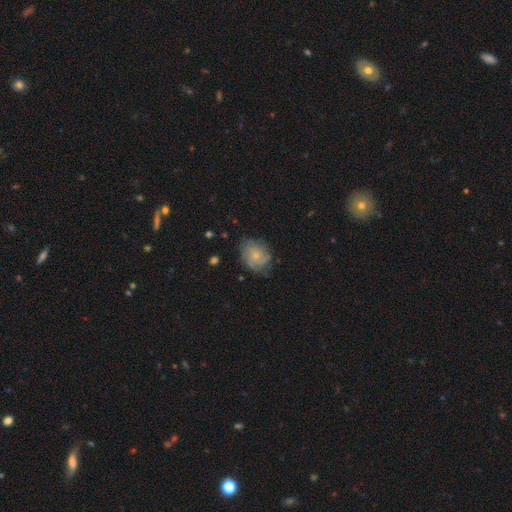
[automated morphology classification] This is possibly a featured or disk galaxy (60%). It is clearly not viewed edge-on (98%). Bar: clearly no (81%). Spiral arm pattern: clearly yes (87%). Spiral arm count: marginally can't tell (41%). Spiral winding: possibly tight (55%). Central bulge: likely small (68%). Merging: likely none (71%).